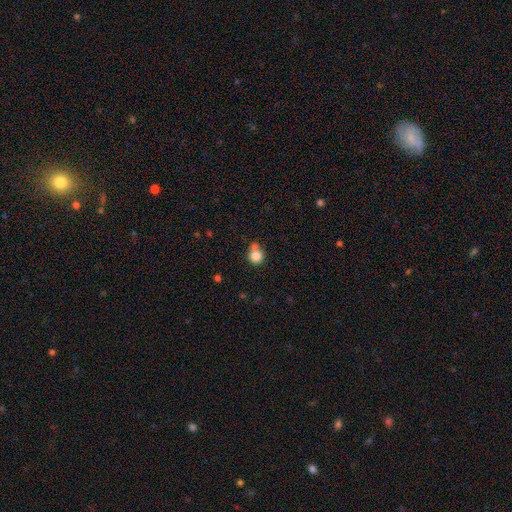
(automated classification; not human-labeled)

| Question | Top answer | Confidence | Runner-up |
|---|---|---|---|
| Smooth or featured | smooth | 82% | star or artifact (11%) |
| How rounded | round | 88% | in between (12%) |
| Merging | none | 55% | merger (27%) |